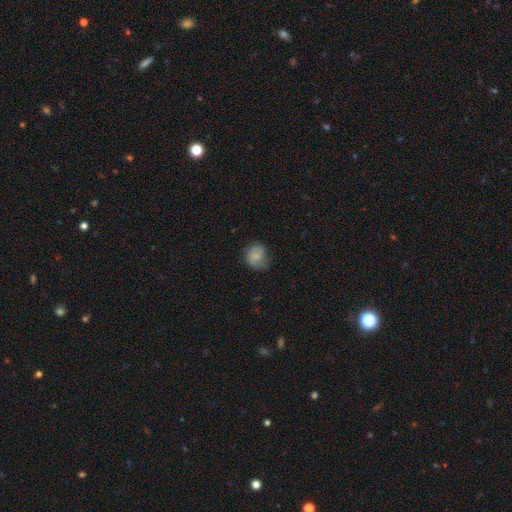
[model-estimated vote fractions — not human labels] smooth 75%, featured or disk 17%, star or artifact 9%. Down the decision tree: how rounded — round (73%); merging — none (60%).